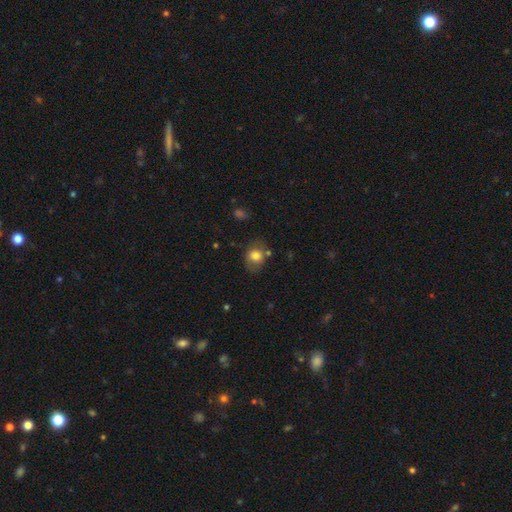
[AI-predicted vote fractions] A smooth galaxy with no disk features (71%) that is in between round and cigar-shaped (52%).

Vote fractions:
- Smooth or featured? smooth: 71% / featured or disk: 21% / star or artifact: 8%
- How rounded? in between: 52% / round: 47% / cigar-shaped: 1%
- Merging? none: 62% / minor disturbance: 23% / major disturbance: 10% / merger: 5%